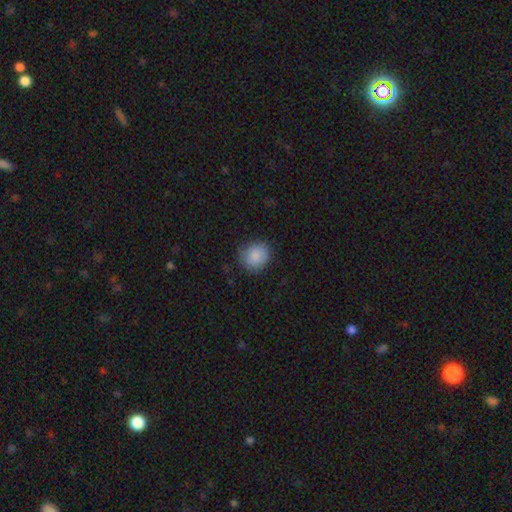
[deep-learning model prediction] Overall: smooth (86%). How rounded: round (81%). Merging: none (77%).